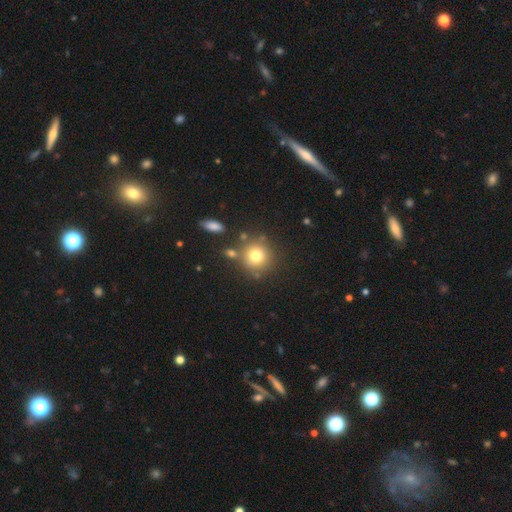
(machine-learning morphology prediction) type=smooth (75%); roundness=round (91%); merging=none (74%).